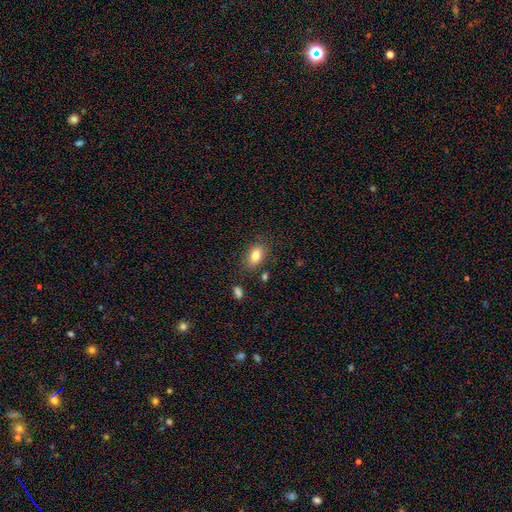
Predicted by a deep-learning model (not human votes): Smooth or featured?
  - smooth: 81% *
  - featured or disk: 11%
  - star or artifact: 9%
How rounded?
  - in between: 86% *
  - round: 11%
  - cigar-shaped: 3%
Merging?
  - none: 80% *
  - minor disturbance: 13%
  - merger: 3%
  - major disturbance: 3%